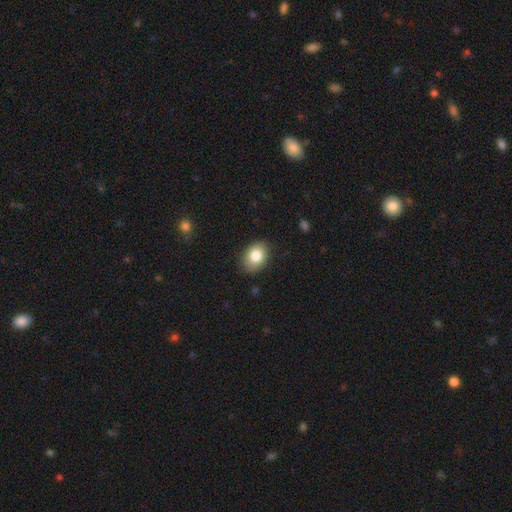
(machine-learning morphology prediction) smooth-or-featured: smooth: 83% | featured or disk: 10% | star or artifact: 8%
  how-rounded: in between: 70% | round: 30% | cigar-shaped: 1%
  merging: none: 86% | minor disturbance: 11% | major disturbance: 2% | merger: 1%